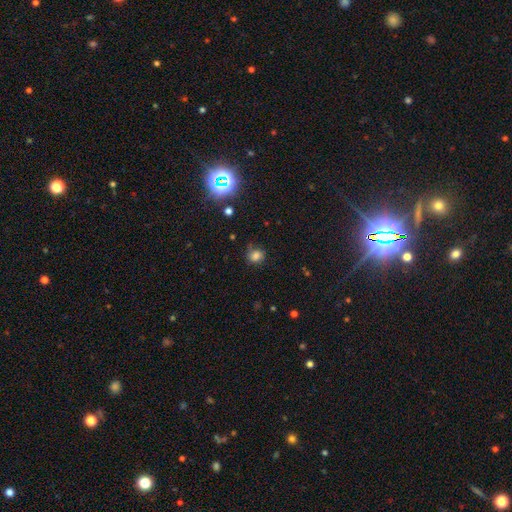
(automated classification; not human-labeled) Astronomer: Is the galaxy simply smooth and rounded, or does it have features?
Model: smooth — 72%.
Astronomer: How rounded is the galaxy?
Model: round — 69%.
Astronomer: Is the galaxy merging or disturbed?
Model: none — 66%.